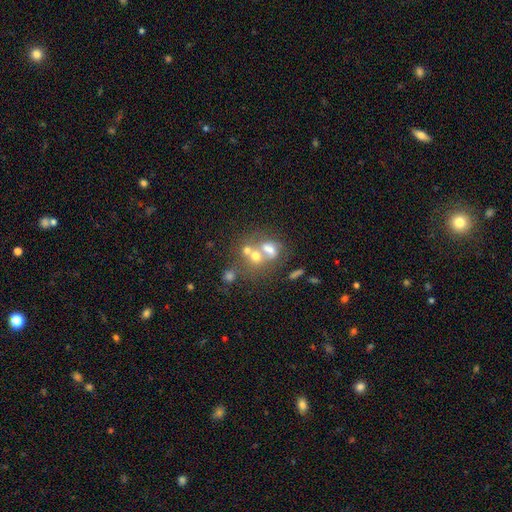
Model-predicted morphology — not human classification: smooth_or_featured: smooth (p=0.44) [alt: featured or disk p=0.32]
merging: merger (p=0.50) [alt: none p=0.36]